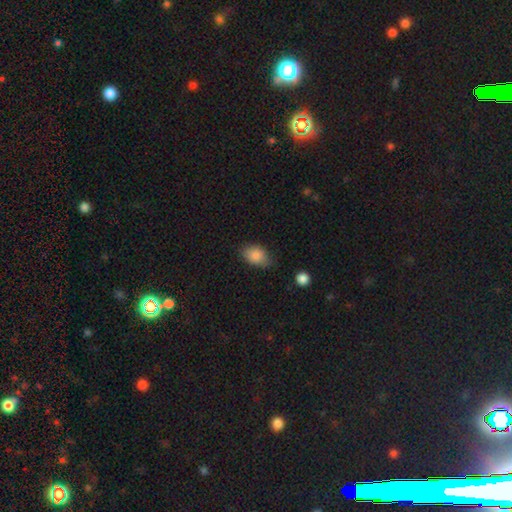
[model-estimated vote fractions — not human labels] Smooth or featured? smooth (85%)
How rounded? in between (80%)
Merging? none (71%)